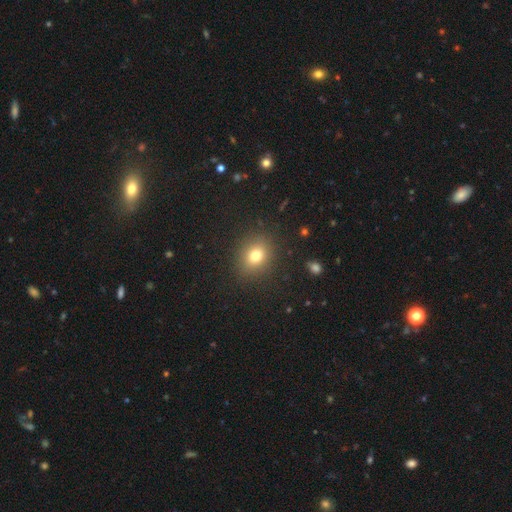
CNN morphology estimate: smooth 77%, star or artifact 14%, featured or disk 9%. Down the decision tree: how rounded — round (61%); merging — none (87%).